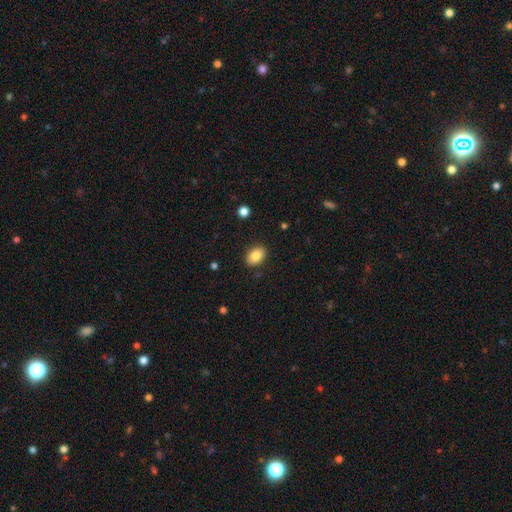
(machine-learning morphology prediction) A smooth galaxy with no disk features (85%) that is in between round and cigar-shaped (82%).

Vote fractions:
- Smooth or featured? smooth: 85% / star or artifact: 8% / featured or disk: 7%
- How rounded? in between: 82% / round: 16% / cigar-shaped: 1%
- Merging? none: 88% / minor disturbance: 9% / major disturbance: 2% / merger: 1%